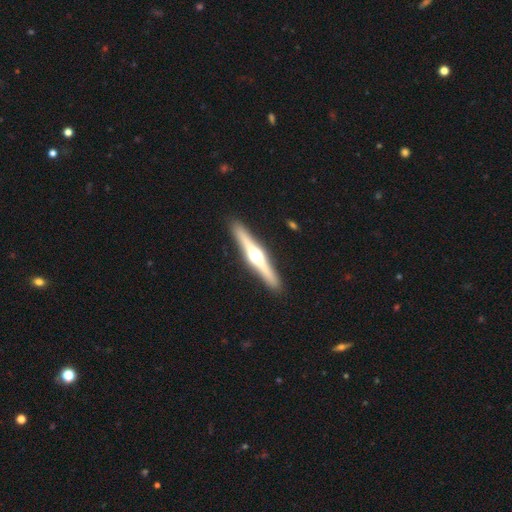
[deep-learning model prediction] Smooth or featured: featured or disk — 77% (smooth — 18%)
Edge-on disk: yes — 98% (no — 2%)
Edge-on bulge: rounded — 96% (boxy — 2%)
Merging: none — 92% (minor disturbance — 6%)